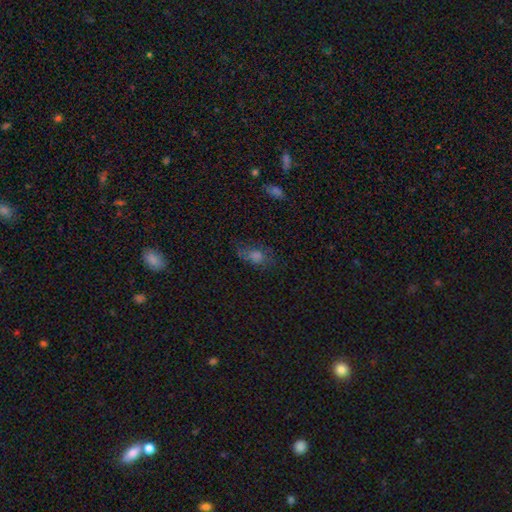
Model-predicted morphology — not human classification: smooth 55%, star or artifact 28%, featured or disk 18%. Down the decision tree: how rounded — in between (72%); merging — none (65%).